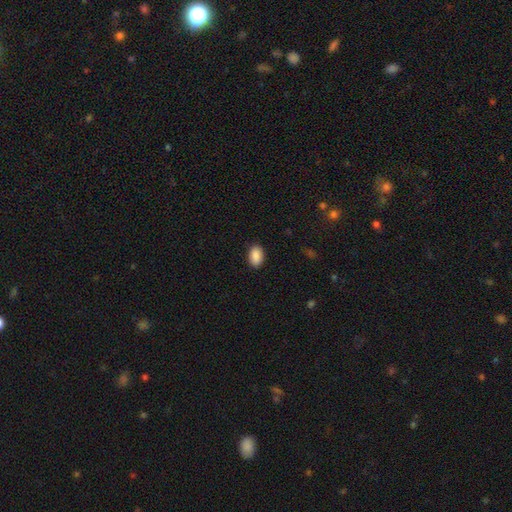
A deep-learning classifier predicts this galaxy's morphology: Q: Smooth or featured?
A: smooth (90%); runner-up: star or artifact (7%)
Q: How rounded?
A: in between (90%); runner-up: round (9%)
Q: Merging?
A: none (90%); runner-up: minor disturbance (7%)